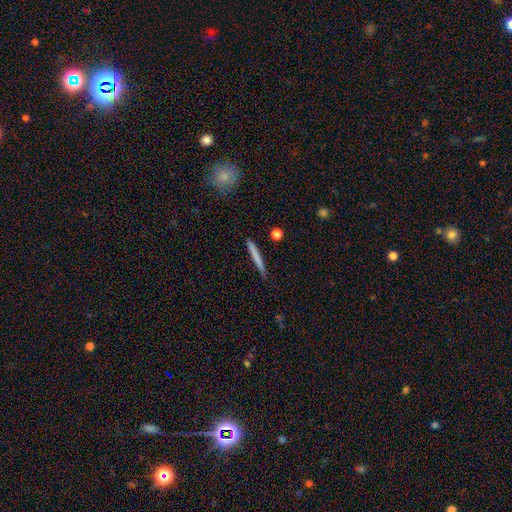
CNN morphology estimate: smooth_or_featured: smooth (p=0.71) [alt: featured or disk p=0.23]
how_rounded: cigar-shaped (p=0.96) [alt: in between p=0.02]
merging: none (p=0.86) [alt: minor disturbance p=0.10]